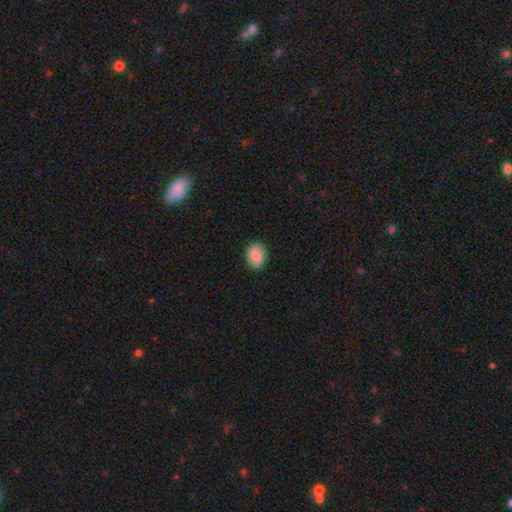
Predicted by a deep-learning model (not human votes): smooth_or_featured: smooth (p=0.86) [alt: star or artifact p=0.07]
how_rounded: in between (p=0.64) [alt: round p=0.35]
merging: none (p=0.85) [alt: minor disturbance p=0.12]